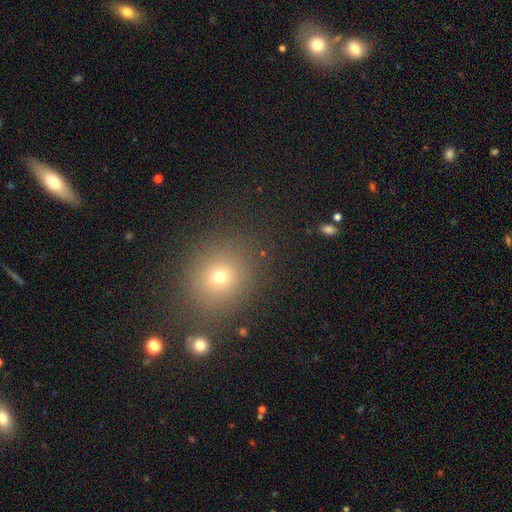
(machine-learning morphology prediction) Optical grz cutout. It shows a smooth galaxy with no disk features (61%) that is round (78%). Merging: none (87%).